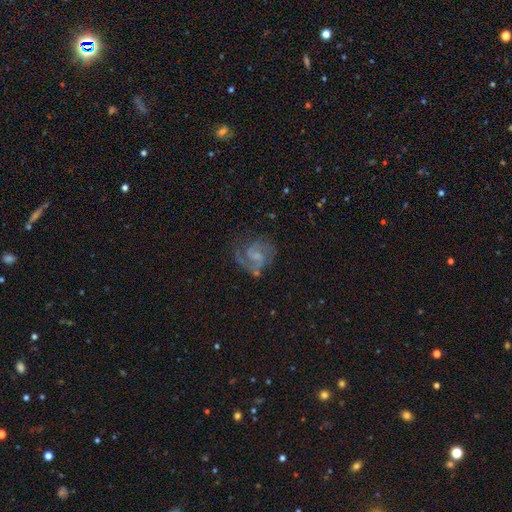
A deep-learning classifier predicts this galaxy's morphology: The model was most divided on "bar": weak: 50%, no: 39%, strong: 11%. Remaining: edge-on disk — no (98%); spiral arms — yes (94%); smooth or featured — featured or disk (81%); spiral arm count — 2 (70%); merging — none (61%); spiral winding — medium (52%); bulge size — none (43%).